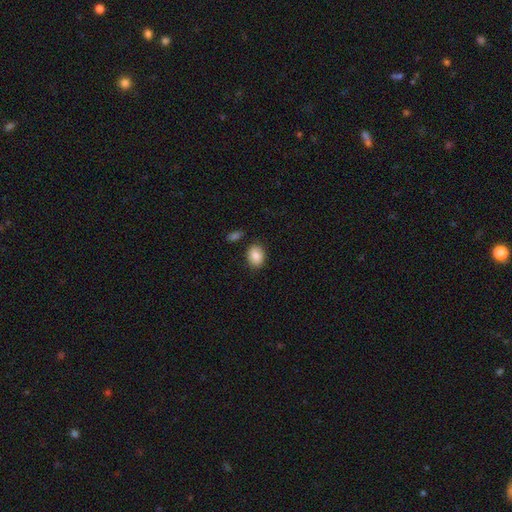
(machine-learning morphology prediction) Smooth or featured: smooth — 87% (star or artifact — 7%)
How rounded: in between — 70% (round — 29%)
Merging: none — 85% (minor disturbance — 10%)